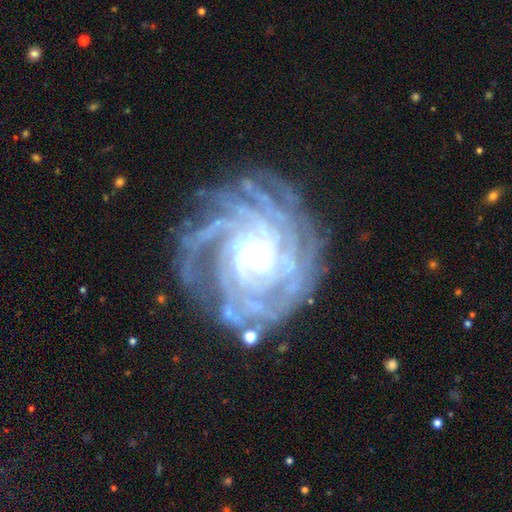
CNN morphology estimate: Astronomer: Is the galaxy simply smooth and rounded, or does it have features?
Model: featured or disk — 91%.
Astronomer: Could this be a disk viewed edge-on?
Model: no — 98%.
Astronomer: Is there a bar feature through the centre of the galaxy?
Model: no — 66%.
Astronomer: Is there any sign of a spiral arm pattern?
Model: yes — 98%.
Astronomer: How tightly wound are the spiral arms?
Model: tight — 81%.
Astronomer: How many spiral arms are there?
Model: more than 4 — 39% (runner-up: 4, 24%).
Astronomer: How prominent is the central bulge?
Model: small — 80%.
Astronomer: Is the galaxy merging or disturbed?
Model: none — 76%.